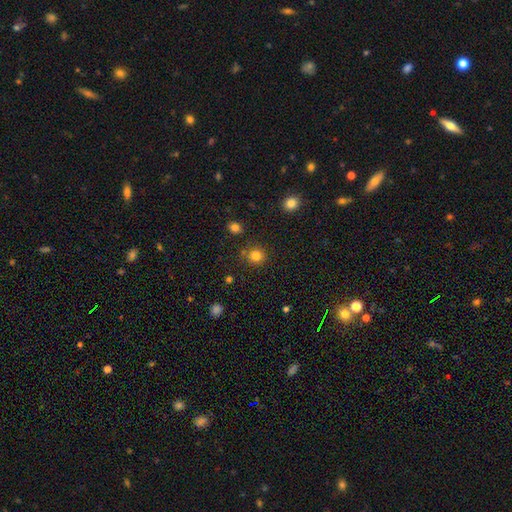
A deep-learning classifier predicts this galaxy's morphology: smooth_or_featured: smooth (p=0.83) [alt: star or artifact p=0.13]
how_rounded: round (p=0.91) [alt: in between p=0.08]
merging: none (p=0.82) [alt: minor disturbance p=0.09]